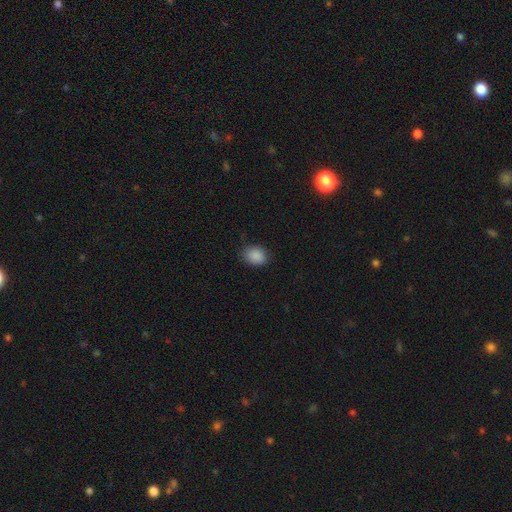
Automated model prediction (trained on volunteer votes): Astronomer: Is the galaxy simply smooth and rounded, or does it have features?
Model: smooth — 89%.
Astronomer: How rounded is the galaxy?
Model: in between — 60% (runner-up: round, 39%).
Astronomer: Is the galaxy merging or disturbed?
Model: none — 81%.